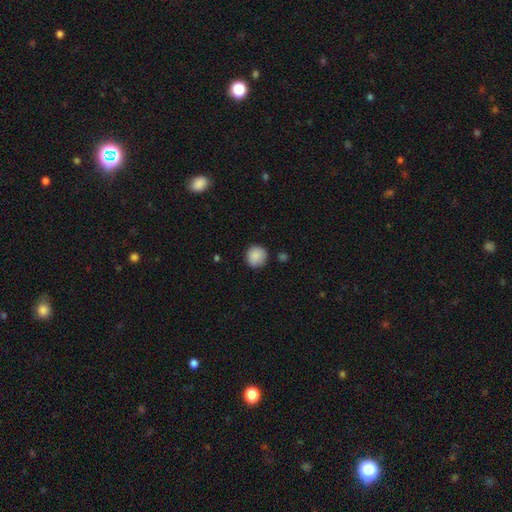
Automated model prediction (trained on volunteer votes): Overall: smooth (88%). How rounded: round (92%). Merging: none (85%).